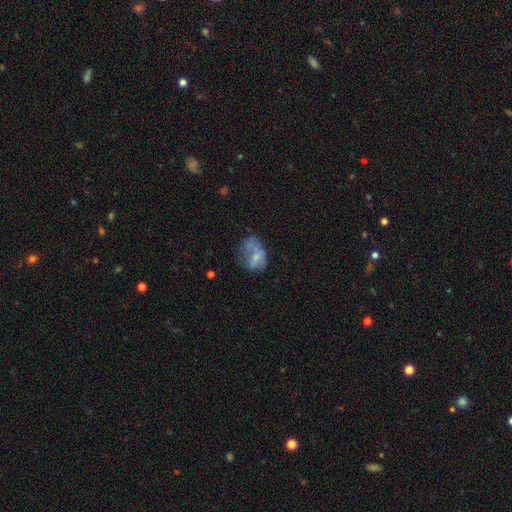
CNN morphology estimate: Overall: featured or disk (46%; smooth 41%). Merging: none (33%; major disturbance 32%).